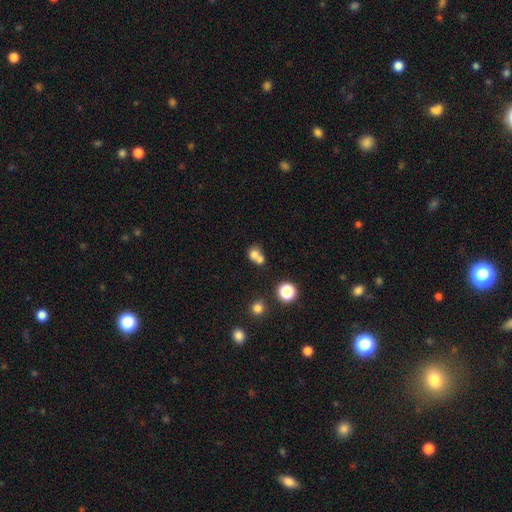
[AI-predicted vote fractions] smooth_or_featured: smooth (p=0.72) [alt: featured or disk p=0.15]
how_rounded: round (p=0.73) [alt: in between p=0.26]
merging: merger (p=0.59) [alt: none p=0.31]